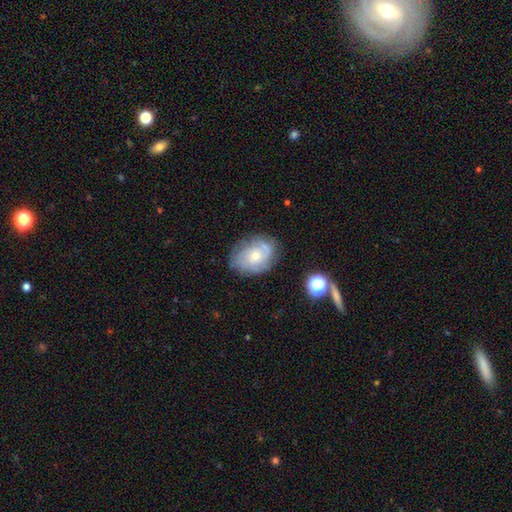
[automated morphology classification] featured or disk 66%, smooth 26%, star or artifact 8%. Down the decision tree: edge-on disk — no (97%); bar — no (77%); spiral arms — yes (84%); spiral arm count — can't tell (43%); spiral winding — tight (55%); bulge size — small (49%); merging — none (67%).